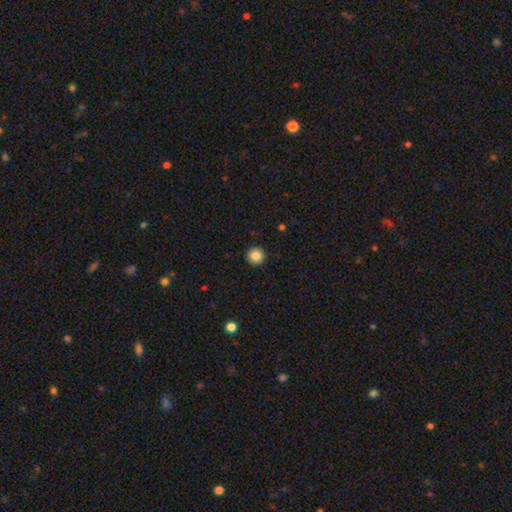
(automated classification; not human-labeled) Smooth or featured? Predicted: smooth (p=0.85). How rounded? Predicted: round (p=0.95). Merging? Predicted: none (p=0.93).